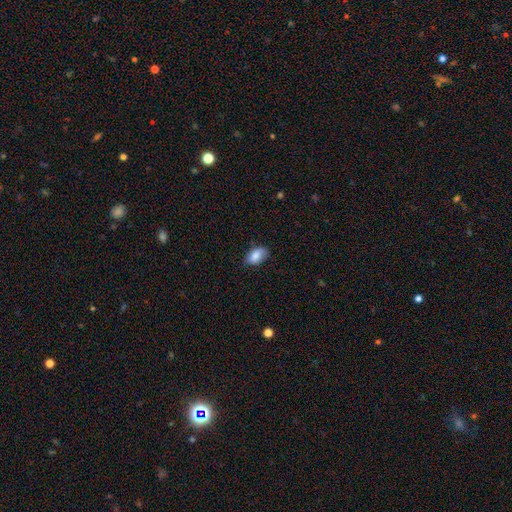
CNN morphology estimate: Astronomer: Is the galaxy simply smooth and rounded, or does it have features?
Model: smooth — 83%.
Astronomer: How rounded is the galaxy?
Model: in between — 91%.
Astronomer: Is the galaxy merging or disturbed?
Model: none — 77%.